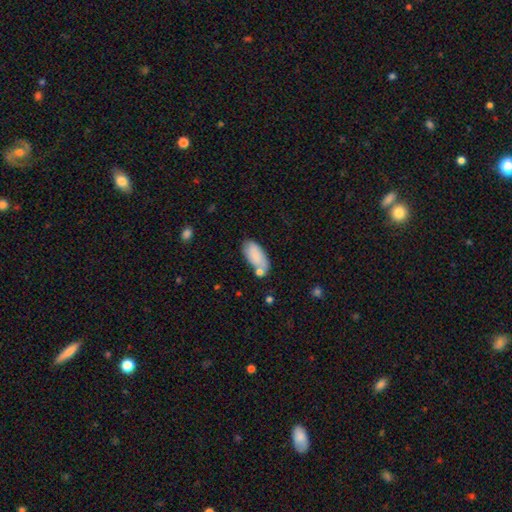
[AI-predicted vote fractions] Smooth or featured: smooth — 83% (featured or disk — 10%)
How rounded: in between — 92% (cigar-shaped — 6%)
Merging: none — 61% (minor disturbance — 19%)